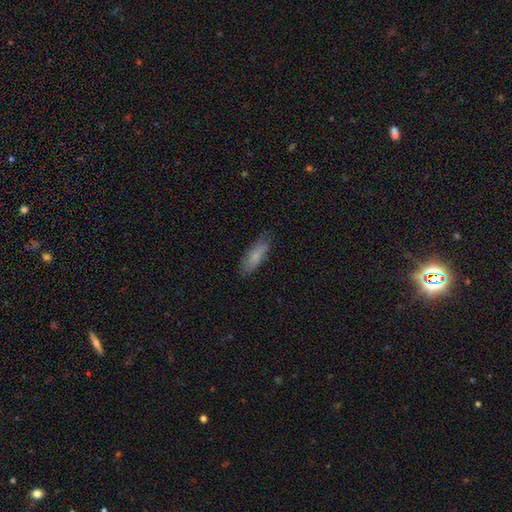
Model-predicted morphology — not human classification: Smooth or featured?
  - smooth: 76% *
  - featured or disk: 17%
  - star or artifact: 7%
How rounded?
  - in between: 55% *
  - cigar-shaped: 43%
  - round: 2%
Merging?
  - none: 77% *
  - minor disturbance: 18%
  - major disturbance: 3%
  - merger: 1%